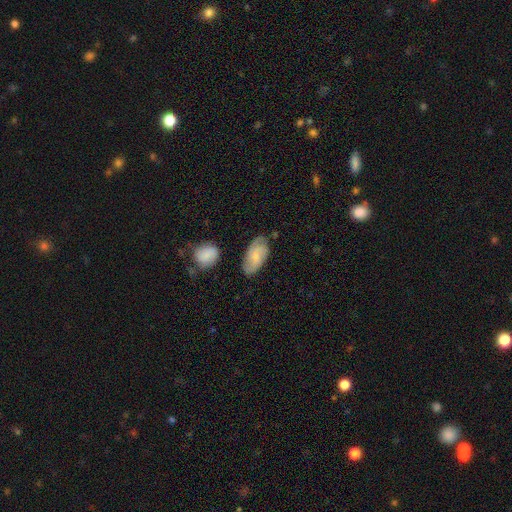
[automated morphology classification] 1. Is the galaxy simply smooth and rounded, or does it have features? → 47% smooth, 46% featured or disk, 7% star or artifact.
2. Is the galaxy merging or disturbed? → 70% none, 21% minor disturbance, 5% major disturbance, 4% merger.